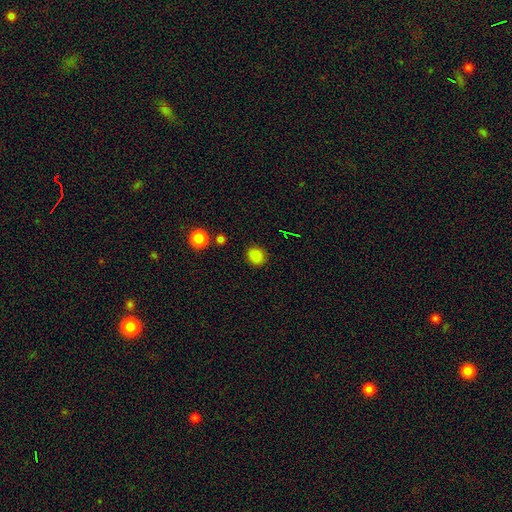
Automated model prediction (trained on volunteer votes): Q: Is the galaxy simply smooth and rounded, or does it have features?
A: smooth — 84%.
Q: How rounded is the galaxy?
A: round — 73%.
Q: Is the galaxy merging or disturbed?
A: none — 87%.